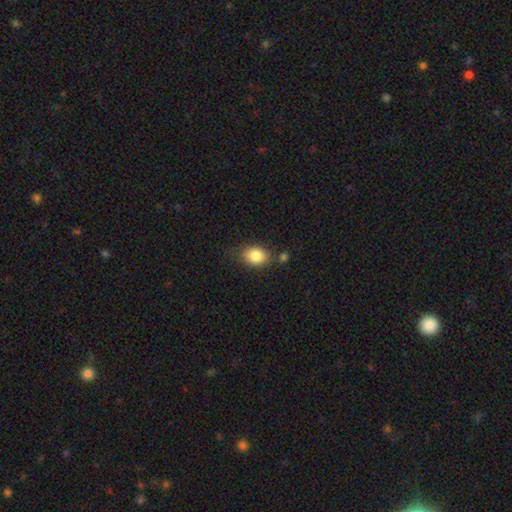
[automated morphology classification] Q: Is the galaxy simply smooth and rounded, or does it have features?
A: smooth — 86%.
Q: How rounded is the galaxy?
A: in between — 70%.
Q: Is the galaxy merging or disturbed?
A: none — 73%.